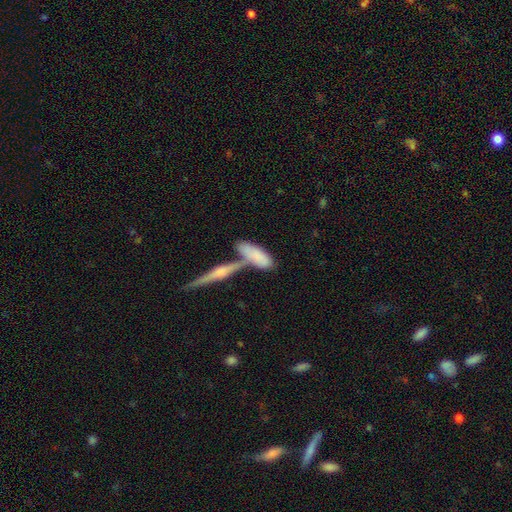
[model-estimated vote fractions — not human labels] This appears to be a smooth galaxy with no disk features (69%) that is in between round and cigar-shaped (59%). Merging: none (41%).